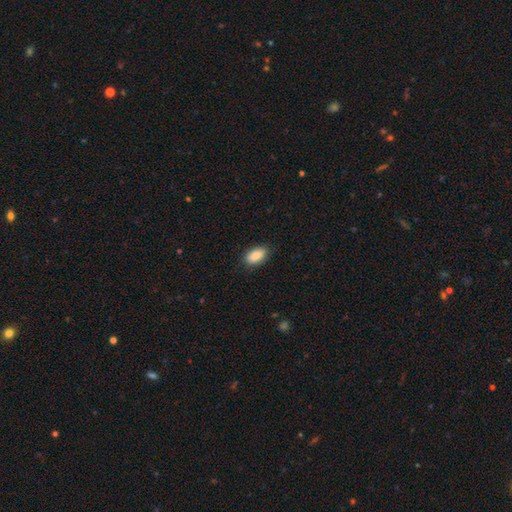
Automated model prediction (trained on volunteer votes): Smooth or featured: smooth — 89% (star or artifact — 7%)
How rounded: in between — 92% (round — 4%)
Merging: none — 84% (minor disturbance — 13%)